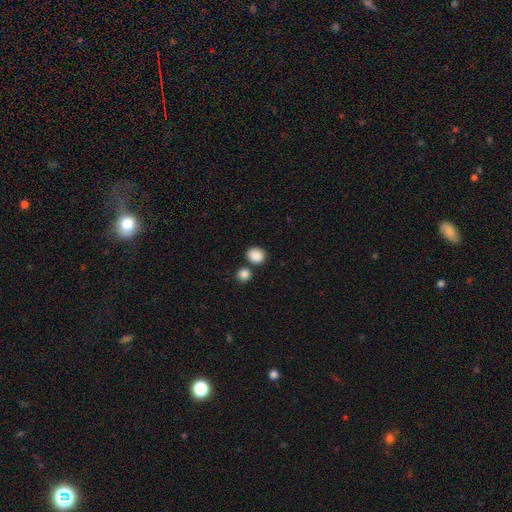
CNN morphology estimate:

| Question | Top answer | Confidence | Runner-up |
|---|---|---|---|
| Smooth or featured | smooth | 88% | star or artifact (9%) |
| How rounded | round | 71% | in between (28%) |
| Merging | none | 74% | merger (14%) |